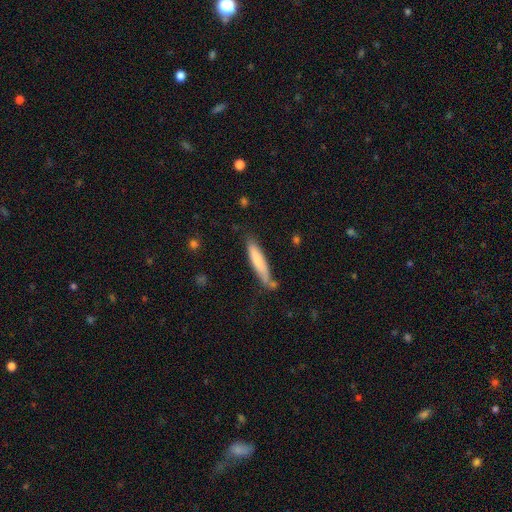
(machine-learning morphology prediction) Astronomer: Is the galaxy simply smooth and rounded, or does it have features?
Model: smooth — 70%.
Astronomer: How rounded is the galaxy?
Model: cigar-shaped — 88%.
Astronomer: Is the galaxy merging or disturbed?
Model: none — 70%.